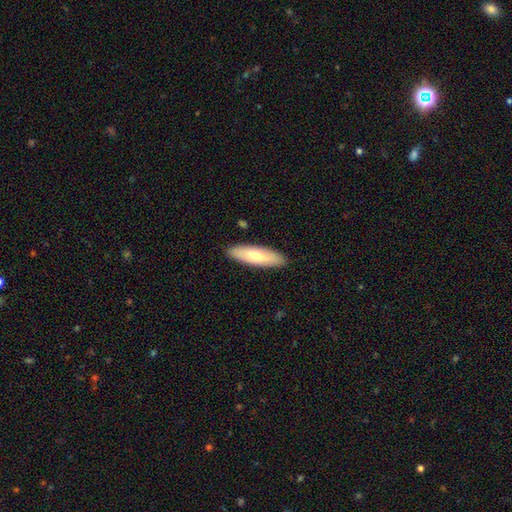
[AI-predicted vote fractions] Overall: smooth (67%; featured or disk 28%). How rounded: cigar-shaped (56%; in between 42%). Merging: none (90%).